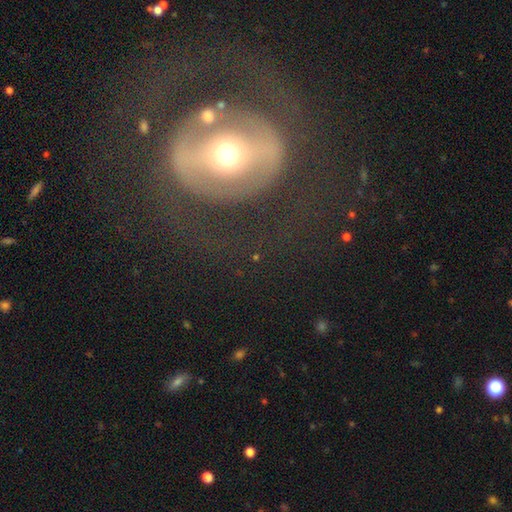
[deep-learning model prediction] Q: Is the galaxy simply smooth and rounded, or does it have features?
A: featured or disk — 66%.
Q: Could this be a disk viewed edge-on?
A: no — 91%.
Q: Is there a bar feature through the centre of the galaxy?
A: strong — 45%.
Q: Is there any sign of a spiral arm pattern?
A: no — 63%.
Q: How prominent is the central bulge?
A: moderate — 70%.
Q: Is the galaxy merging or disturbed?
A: none — 69%.